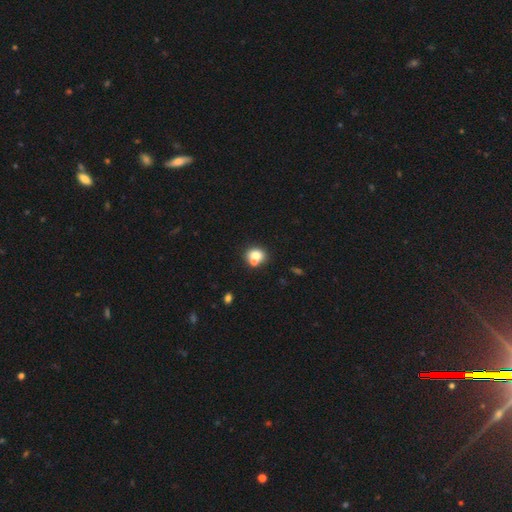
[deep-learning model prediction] A smooth galaxy with no disk features (73%) that is round (63%).

Vote fractions:
- Smooth or featured? smooth: 73% / featured or disk: 17% / star or artifact: 11%
- How rounded? round: 63% / in between: 36% / cigar-shaped: 1%
- Merging? none: 45% / merger: 42% / minor disturbance: 9% / major disturbance: 3%